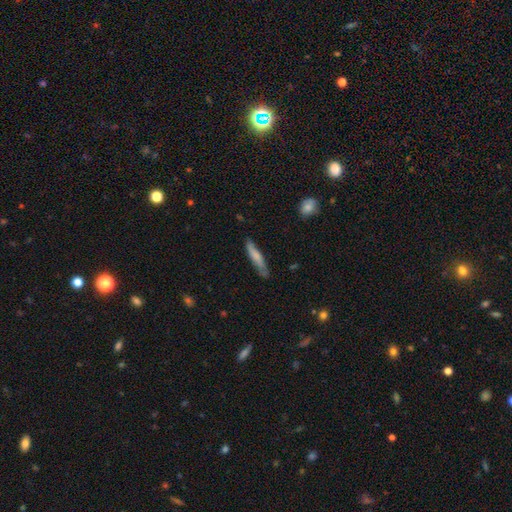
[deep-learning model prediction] Q: Smooth or featured?
A: smooth (66%); runner-up: featured or disk (29%)
Q: How rounded?
A: cigar-shaped (86%); runner-up: in between (12%)
Q: Merging?
A: none (74%); runner-up: minor disturbance (21%)